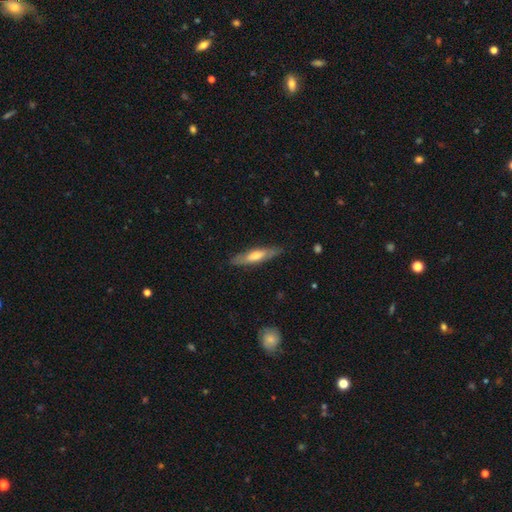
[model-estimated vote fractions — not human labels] Q: Smooth or featured?
A: smooth (49%); runner-up: featured or disk (45%)
Q: Merging?
A: none (83%); runner-up: minor disturbance (13%)